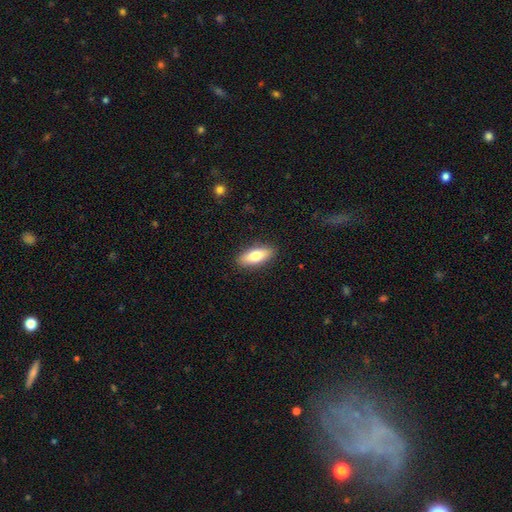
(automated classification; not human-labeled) smooth_or_featured: smooth (p=0.74) [alt: featured or disk p=0.20]
how_rounded: in between (p=0.71) [alt: cigar-shaped p=0.26]
merging: none (p=0.89) [alt: minor disturbance p=0.08]